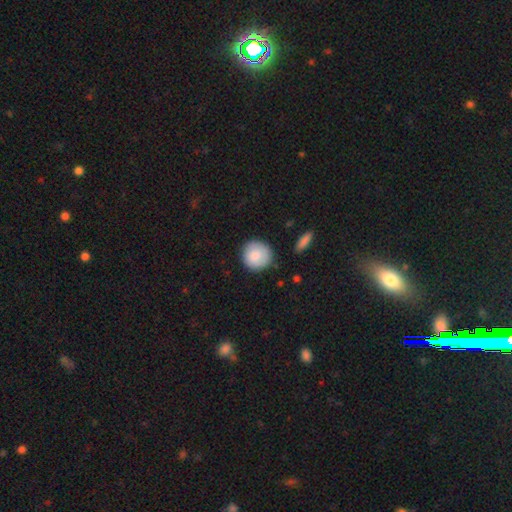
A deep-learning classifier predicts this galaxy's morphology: Q: Smooth or featured?
A: smooth (85%); runner-up: featured or disk (8%)
Q: How rounded?
A: round (93%); runner-up: in between (6%)
Q: Merging?
A: none (85%); runner-up: minor disturbance (11%)